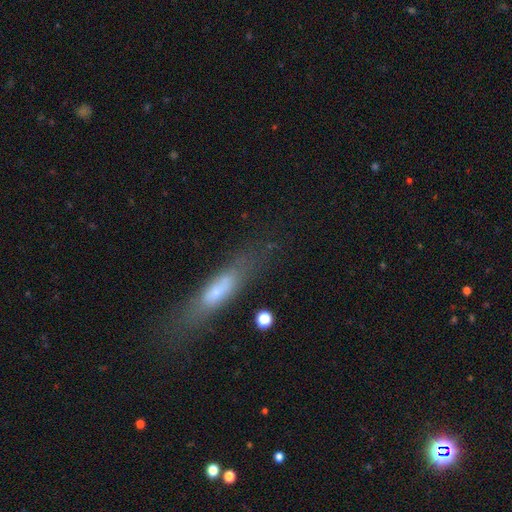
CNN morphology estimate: featured or disk 44%, smooth 42%, star or artifact 14%. Down the decision tree: merging — none (78%).